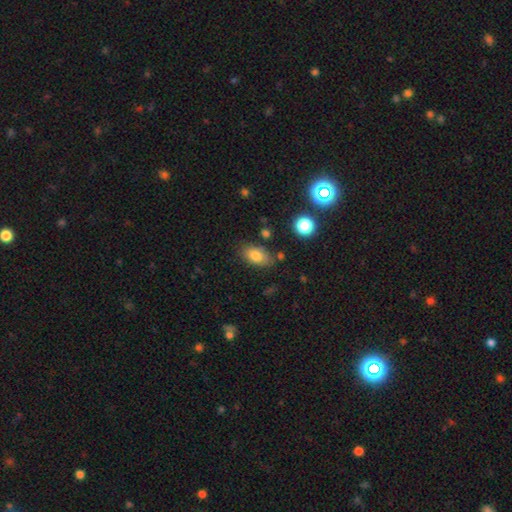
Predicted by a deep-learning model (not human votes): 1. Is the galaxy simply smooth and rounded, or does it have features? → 79% smooth, 12% featured or disk, 10% star or artifact.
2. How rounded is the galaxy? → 88% in between, 9% round, 3% cigar-shaped.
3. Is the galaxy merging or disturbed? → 77% none, 15% minor disturbance, 4% merger, 4% major disturbance.